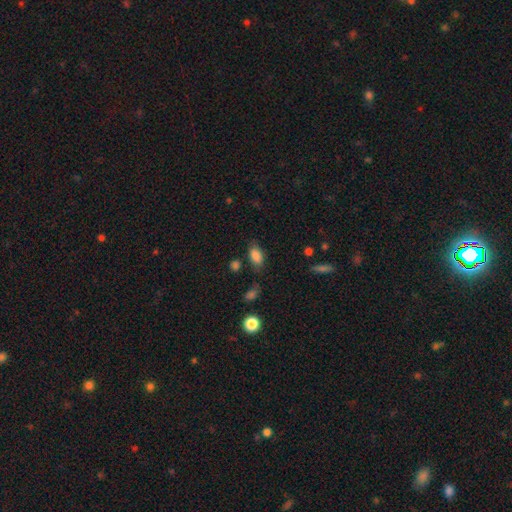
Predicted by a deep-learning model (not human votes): The model was most divided on "merging": none: 72%, minor disturbance: 19%, major disturbance: 5%, merger: 3%. More confident: how rounded — in between (90%); smooth or featured — smooth (84%).